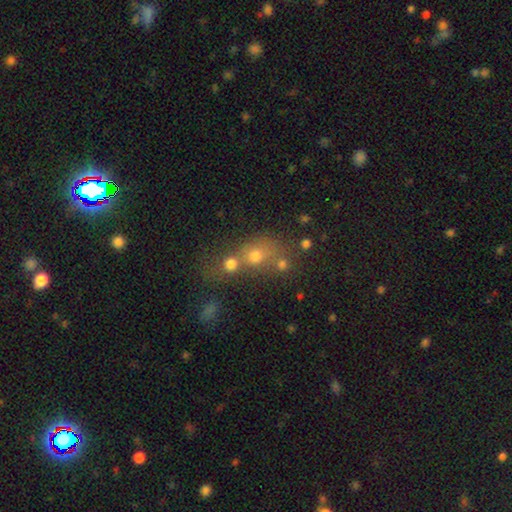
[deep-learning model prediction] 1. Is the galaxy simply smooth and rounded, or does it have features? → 66% smooth, 18% star or artifact, 15% featured or disk.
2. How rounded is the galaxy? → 62% round, 35% in between, 2% cigar-shaped.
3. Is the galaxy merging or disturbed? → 53% merger, 31% none, 9% minor disturbance, 7% major disturbance.